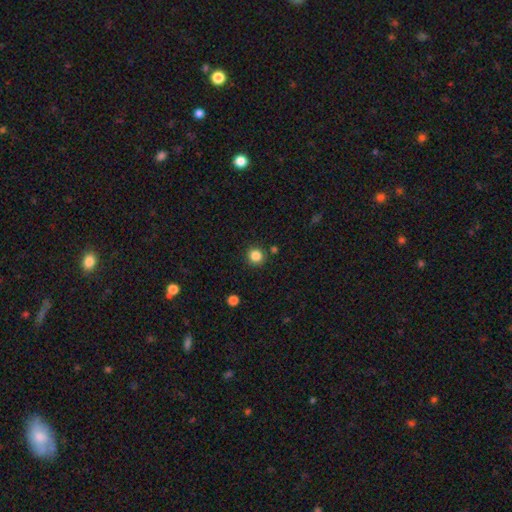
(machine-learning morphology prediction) The model was most divided on "smooth or featured": smooth: 85%, star or artifact: 11%, featured or disk: 4%. More confident: how rounded — round (90%); merging — none (88%).